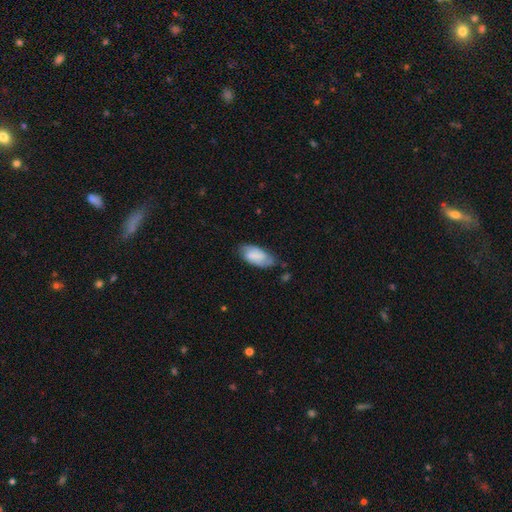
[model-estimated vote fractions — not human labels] smooth 50%, featured or disk 43%, star or artifact 7%. Down the decision tree: merging — none (67%).